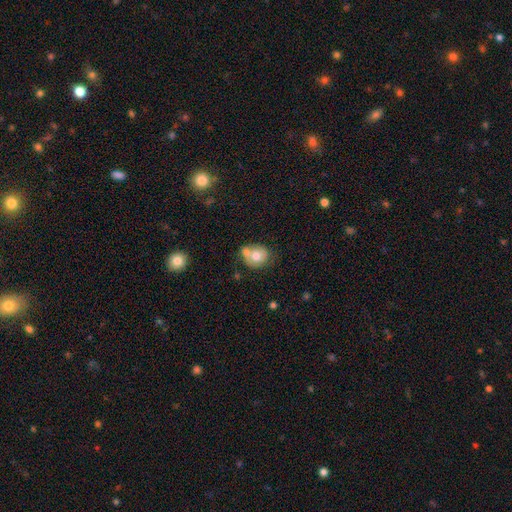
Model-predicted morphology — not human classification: smooth-or-featured: smooth: 69% | featured or disk: 23% | star or artifact: 8%
  how-rounded: round: 64% | in between: 36% | cigar-shaped: 1%
  merging: merger: 43% | none: 35% | minor disturbance: 16% | major disturbance: 6%